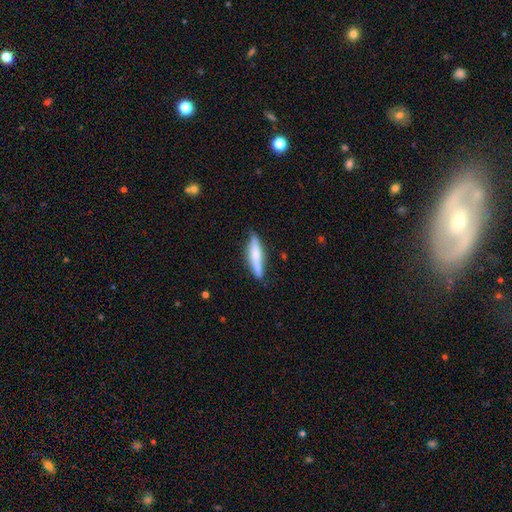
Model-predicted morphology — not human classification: A smooth galaxy with no disk features (58%) that is cigar-shaped (83%).

Vote fractions:
- Smooth or featured? smooth: 58% / featured or disk: 36% / star or artifact: 6%
- How rounded? cigar-shaped: 83% / in between: 16% / round: 2%
- Merging? none: 76% / minor disturbance: 19% / major disturbance: 3% / merger: 2%